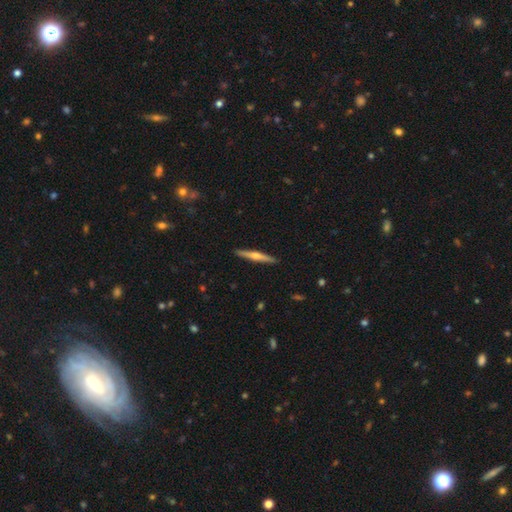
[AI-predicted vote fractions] smooth-or-featured: featured or disk: 65% | smooth: 30% | star or artifact: 5%
  disk-edge-on: yes: 97% | no: 3%
    edge-on-bulge: rounded: 89% | none: 7% | boxy: 4%
  merging: none: 92% | minor disturbance: 6% | major disturbance: 1% | merger: 1%